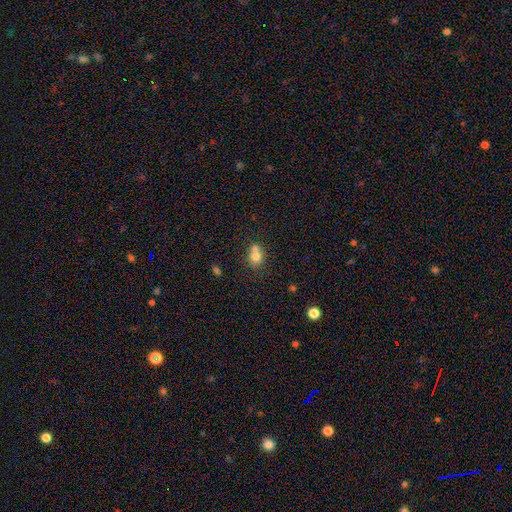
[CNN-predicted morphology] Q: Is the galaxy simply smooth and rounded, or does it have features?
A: smooth — 74%.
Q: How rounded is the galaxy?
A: round — 62%.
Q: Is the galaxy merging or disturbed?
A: merger — 48%.